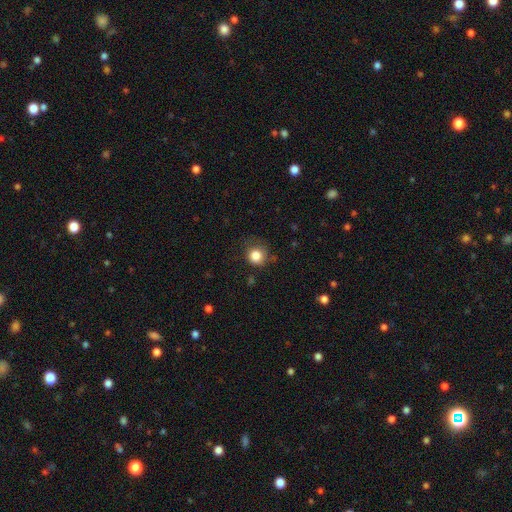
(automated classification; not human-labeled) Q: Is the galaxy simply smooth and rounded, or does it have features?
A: smooth — 83%.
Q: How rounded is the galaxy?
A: round — 90%.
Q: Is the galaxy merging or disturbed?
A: none — 69%.